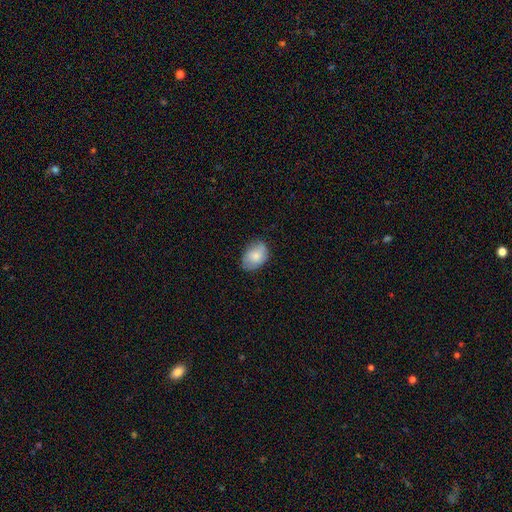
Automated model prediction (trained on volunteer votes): smooth 76%, featured or disk 17%, star or artifact 7%. Down the decision tree: how rounded — in between (81%); merging — none (72%).